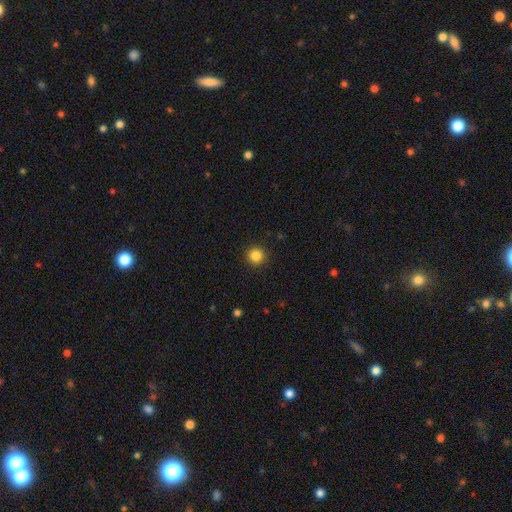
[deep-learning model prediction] This is clearly a smooth galaxy (85%). How rounded: clearly round (95%). Merging: clearly none (92%).